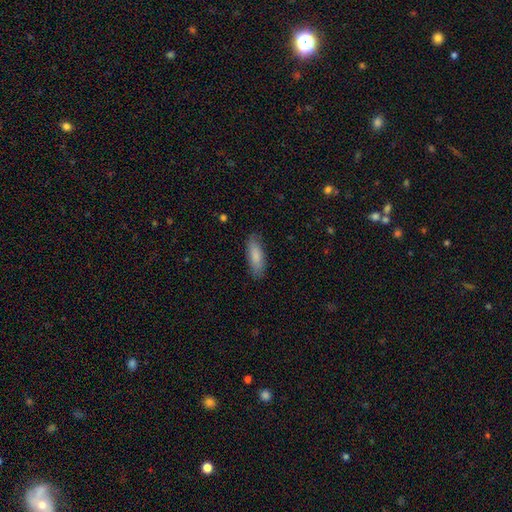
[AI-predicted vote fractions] Overall: smooth (83%). How rounded: in between (58%; cigar-shaped 41%). Merging: none (82%).